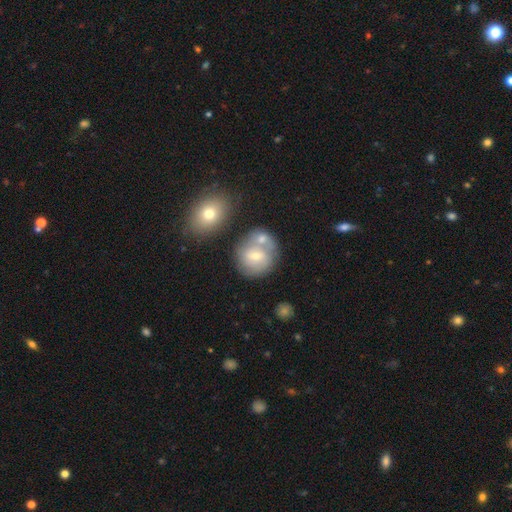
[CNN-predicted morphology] A smooth galaxy with no disk features (53%) that is round (82%).

Vote fractions:
- Smooth or featured? smooth: 53% / featured or disk: 39% / star or artifact: 8%
- How rounded? round: 82% / in between: 17% / cigar-shaped: 1%
- Merging? merger: 43% / none: 41% / minor disturbance: 11% / major disturbance: 4%